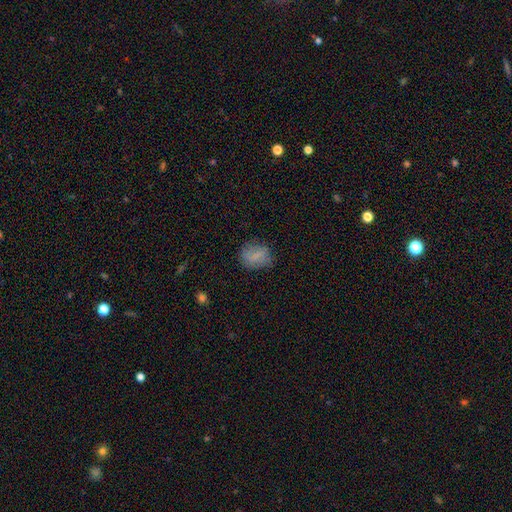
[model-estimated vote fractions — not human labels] A smooth galaxy with no disk features (72%) that is in between round and cigar-shaped (56%).

Vote fractions:
- Smooth or featured? smooth: 72% / featured or disk: 18% / star or artifact: 10%
- How rounded? in between: 56% / round: 41% / cigar-shaped: 3%
- Merging? none: 73% / minor disturbance: 19% / major disturbance: 7% / merger: 1%